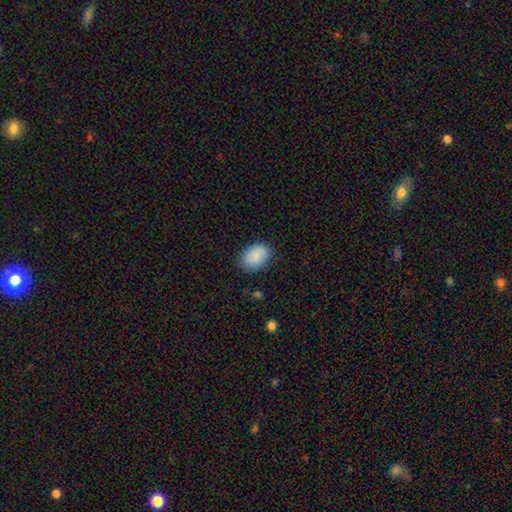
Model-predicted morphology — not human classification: type=smooth (89%); roundness=in between (85%); merging=none (84%).